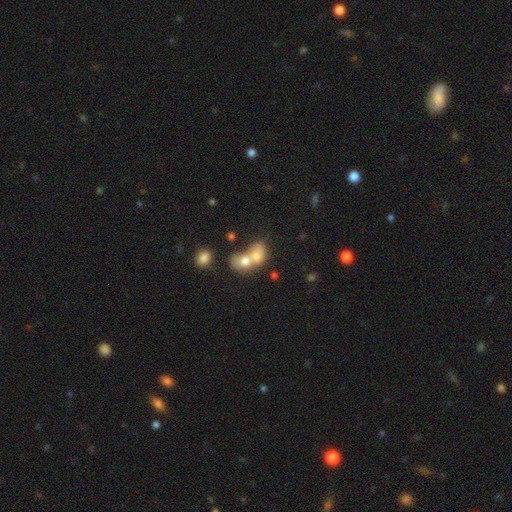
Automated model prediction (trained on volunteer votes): A smooth galaxy with no disk features (68%) that is in between round and cigar-shaped (57%).

Vote fractions:
- Smooth or featured? smooth: 68% / featured or disk: 21% / star or artifact: 10%
- How rounded? in between: 57% / round: 42% / cigar-shaped: 2%
- Merging? merger: 76% / none: 15% / minor disturbance: 5% / major disturbance: 4%